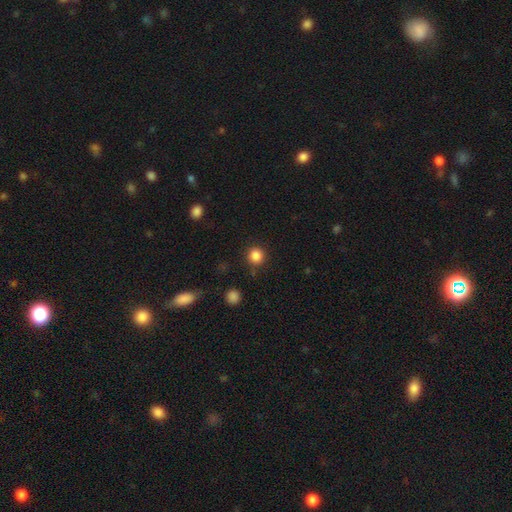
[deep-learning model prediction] Q: Smooth or featured?
A: smooth (85%); runner-up: star or artifact (11%)
Q: How rounded?
A: round (93%); runner-up: in between (6%)
Q: Merging?
A: none (87%); runner-up: minor disturbance (8%)